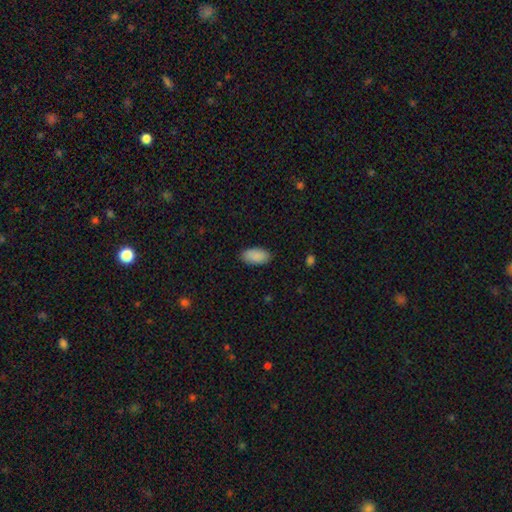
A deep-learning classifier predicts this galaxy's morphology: Smooth or featured: smooth — 90% (star or artifact — 6%)
How rounded: in between — 95% (cigar-shaped — 3%)
Merging: none — 87% (minor disturbance — 10%)